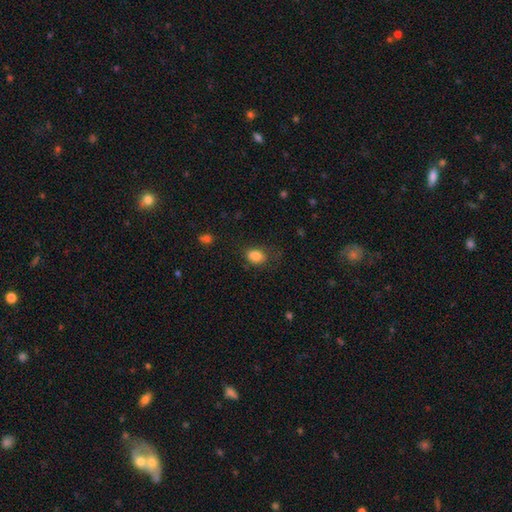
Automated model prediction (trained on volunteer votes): Q: Smooth or featured?
A: smooth (84%); runner-up: star or artifact (10%)
Q: How rounded?
A: in between (71%); runner-up: round (28%)
Q: Merging?
A: none (66%); runner-up: minor disturbance (23%)